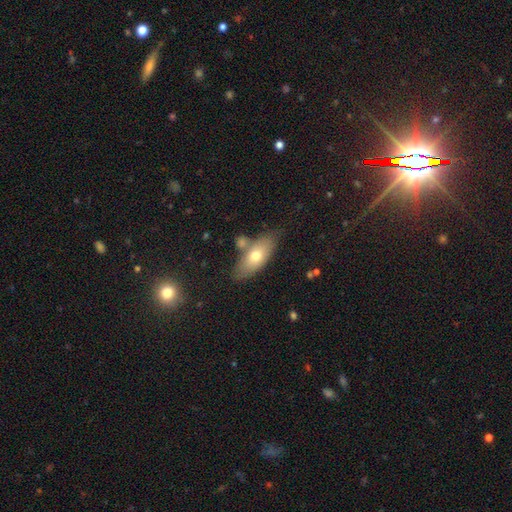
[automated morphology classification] Smooth or featured? smooth (66%)
How rounded? in between (77%)
Merging? none (65%)